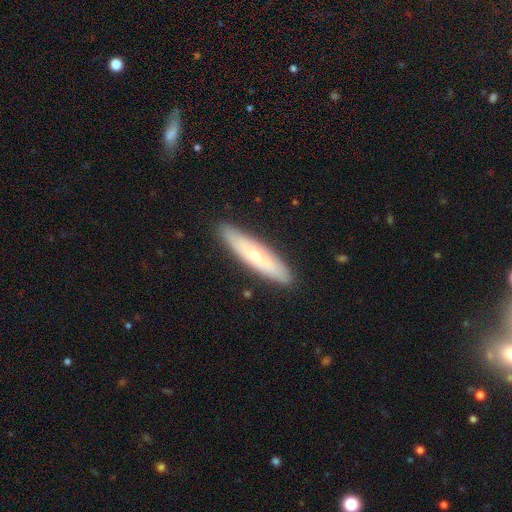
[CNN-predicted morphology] Overall: smooth (53%; featured or disk 42%). How rounded: cigar-shaped (76%). Merging: none (89%).